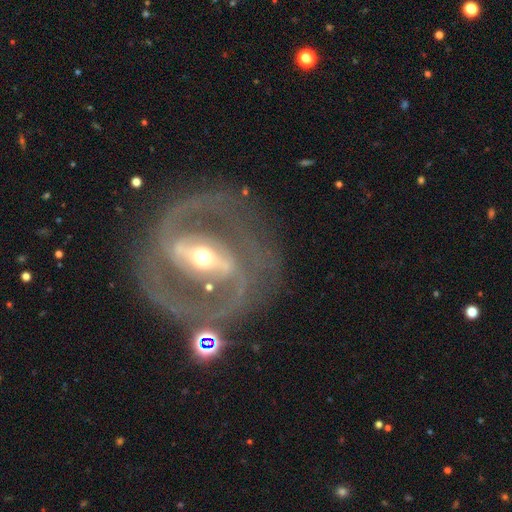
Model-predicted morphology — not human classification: smooth_or_featured: featured or disk (p=0.89) [alt: star or artifact p=0.06]
disk_edge_on: no (p=0.94) [alt: yes p=0.06]
bar: strong (p=0.68) [alt: weak p=0.23]
has_spiral_arms: yes (p=0.90) [alt: no p=0.10]
spiral_winding: medium (p=0.45) [alt: tight p=0.43]
spiral_arm_count: 2 (p=0.81) [alt: can't tell p=0.08]
bulge_size: moderate (p=0.50) [alt: small p=0.44]
merging: none (p=0.72) [alt: minor disturbance p=0.13]